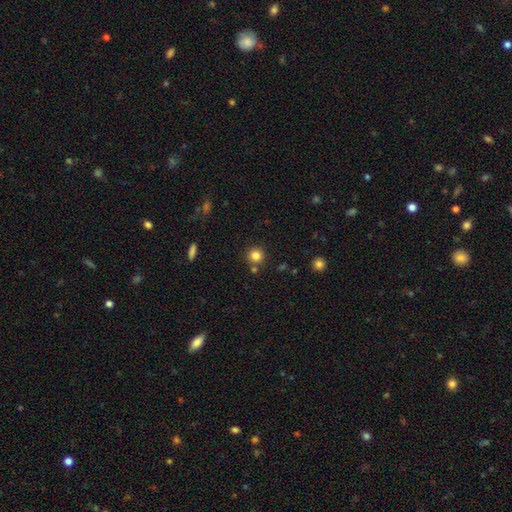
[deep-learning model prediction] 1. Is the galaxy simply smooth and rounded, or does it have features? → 82% smooth, 12% star or artifact, 6% featured or disk.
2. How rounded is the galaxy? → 93% round, 6% in between, 1% cigar-shaped.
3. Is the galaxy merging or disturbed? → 80% none, 10% merger, 8% minor disturbance, 3% major disturbance.